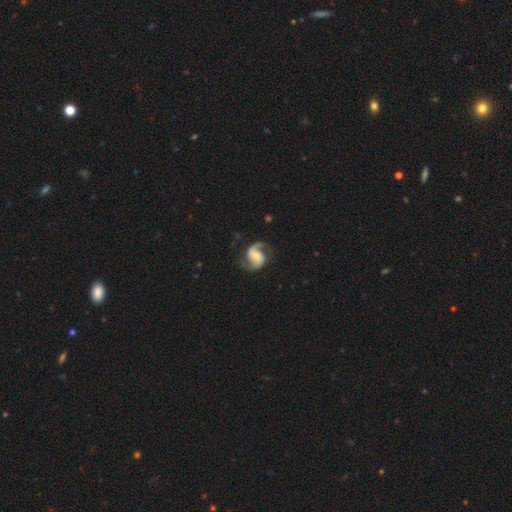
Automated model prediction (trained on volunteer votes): A featured or disk galaxy (86%) with no bar (43%), 2 (91%) medium (50%) spiral arms (96%) and a moderate central bulge (55%). Merging: none (75%).